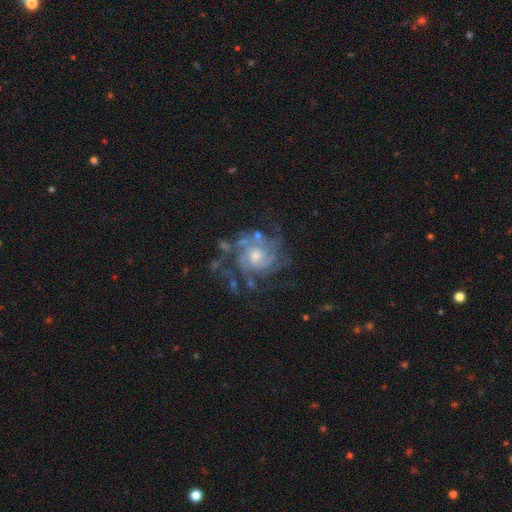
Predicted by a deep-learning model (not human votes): Overall: featured or disk (87%). Edge-on disk: no (98%). Bar: no (74%). Spiral arms: yes (95%). Spiral arm count: can't tell (31%; 3 23%). Spiral winding: tight (60%; medium 32%). Bulge size: moderate (53%; small 39%). Merging: none (63%).